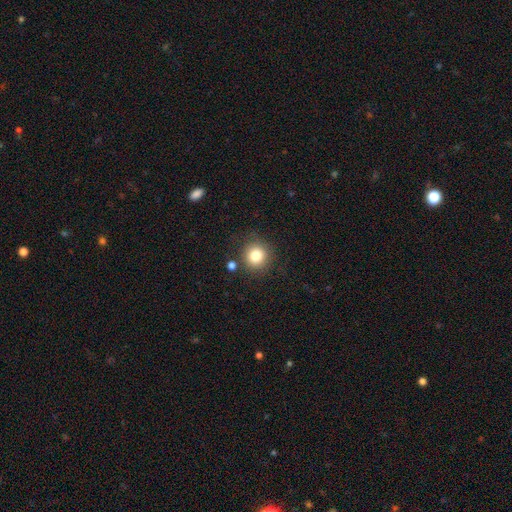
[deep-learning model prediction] This is clearly a smooth galaxy (80%). How rounded: clearly round (92%). Merging: clearly none (83%).